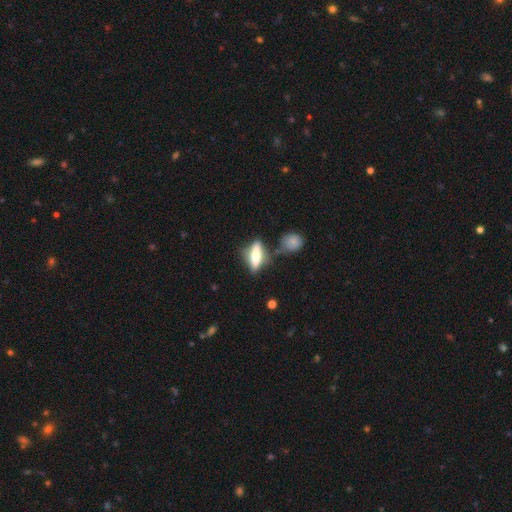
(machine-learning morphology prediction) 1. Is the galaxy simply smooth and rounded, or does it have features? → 49% smooth, 43% featured or disk, 8% star or artifact.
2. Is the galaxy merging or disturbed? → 67% none, 18% minor disturbance, 8% merger, 8% major disturbance.